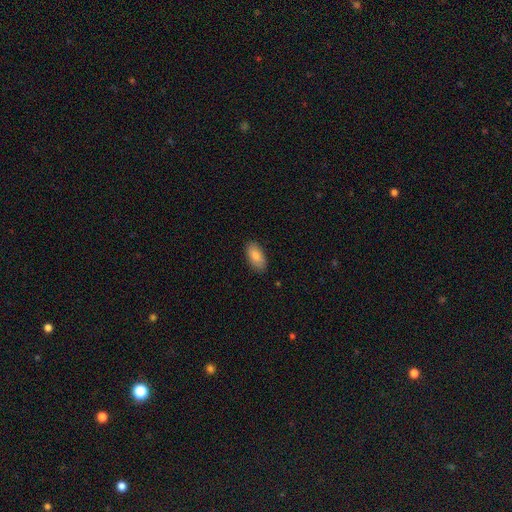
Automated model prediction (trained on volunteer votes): smooth-or-featured: smooth: 86% | featured or disk: 8% | star or artifact: 6%
  how-rounded: in between: 92% | cigar-shaped: 6% | round: 2%
  merging: none: 87% | minor disturbance: 10% | major disturbance: 2% | merger: 1%